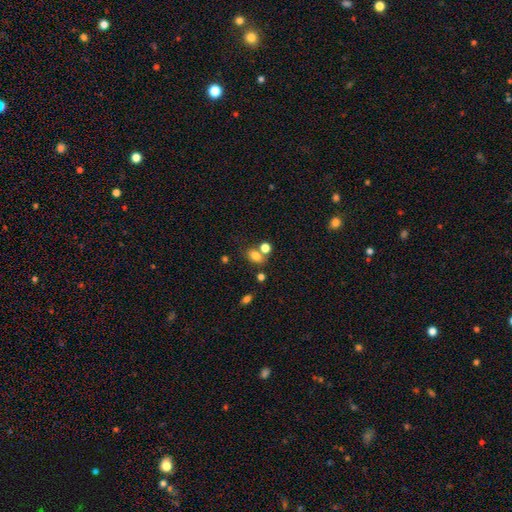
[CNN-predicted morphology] This appears to be a smooth galaxy with no disk features (78%) that is in between round and cigar-shaped (71%). Merging: none (54%).